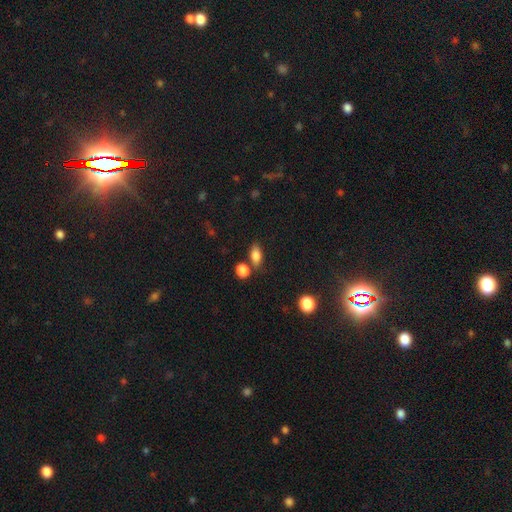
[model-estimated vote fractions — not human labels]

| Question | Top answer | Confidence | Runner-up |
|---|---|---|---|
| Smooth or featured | smooth | 81% | star or artifact (10%) |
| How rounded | in between | 81% | round (10%) |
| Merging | none | 68% | merger (15%) |